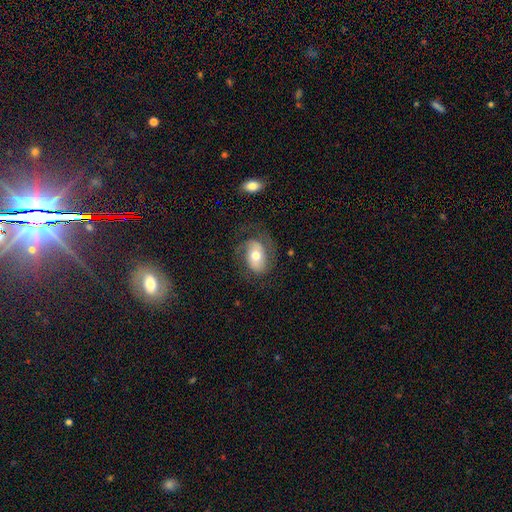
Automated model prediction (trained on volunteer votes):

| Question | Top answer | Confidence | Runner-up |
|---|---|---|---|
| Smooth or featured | featured or disk | 54% | smooth (38%) |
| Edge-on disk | no | 95% | yes (5%) |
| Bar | no | 54% | weak (30%) |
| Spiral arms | yes | 79% | no (21%) |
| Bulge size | moderate | 70% | large (14%) |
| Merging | none | 61% | minor disturbance (19%) |